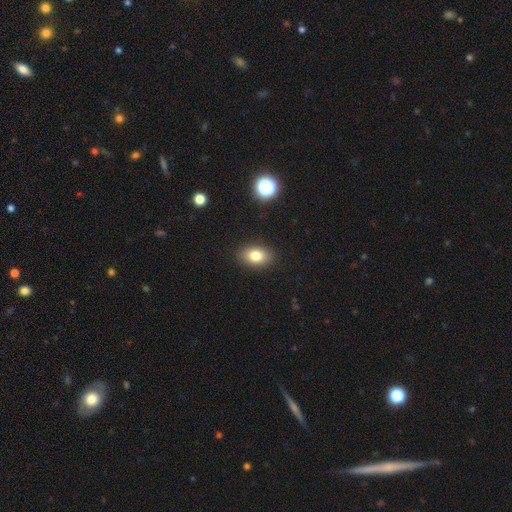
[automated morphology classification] Q: Smooth or featured?
A: smooth (80%); runner-up: star or artifact (11%)
Q: How rounded?
A: in between (79%); runner-up: round (19%)
Q: Merging?
A: none (88%); runner-up: minor disturbance (8%)